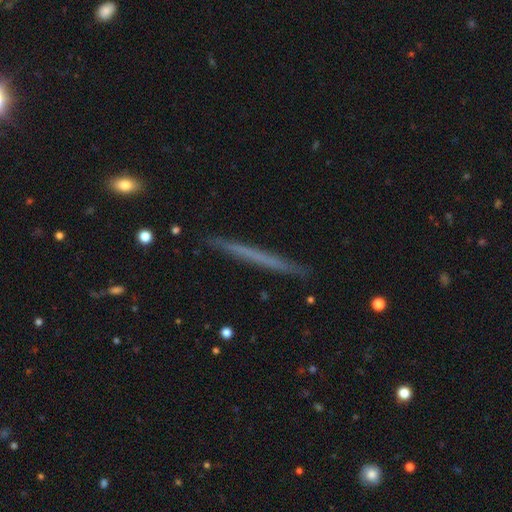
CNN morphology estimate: Smooth or featured? Predicted: featured or disk (p=0.49). Merging? Predicted: none (p=0.89).